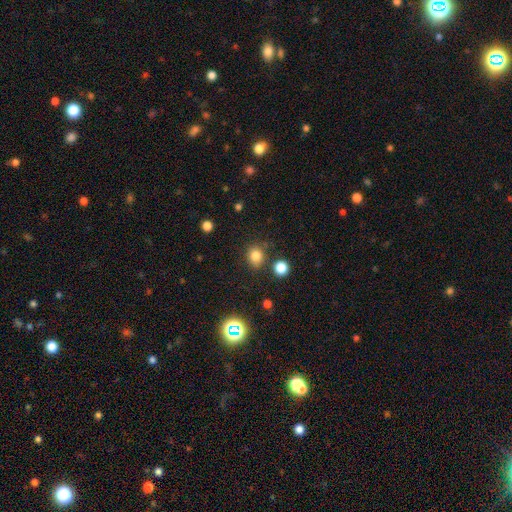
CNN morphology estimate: Smooth or featured? Predicted: smooth (p=0.80). How rounded? Predicted: round (p=0.76). Merging? Predicted: none (p=0.79).